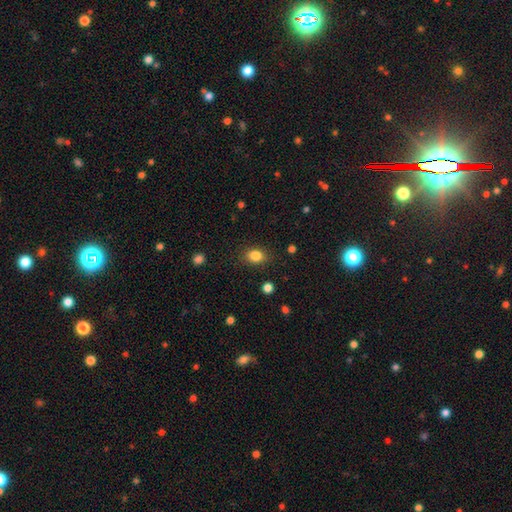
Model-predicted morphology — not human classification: smooth_or_featured: smooth (p=0.84) [alt: star or artifact p=0.10]
how_rounded: in between (p=0.64) [alt: round p=0.35]
merging: none (p=0.84) [alt: minor disturbance p=0.11]